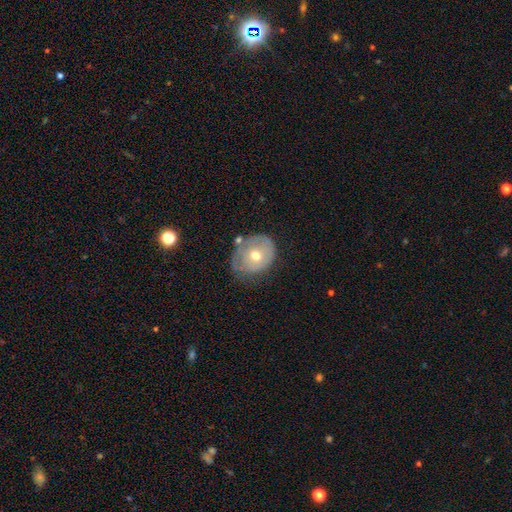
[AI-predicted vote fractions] Smooth or featured: smooth — 52% (featured or disk — 40%)
How rounded: round — 64% (in between — 35%)
Merging: none — 50% (minor disturbance — 32%)